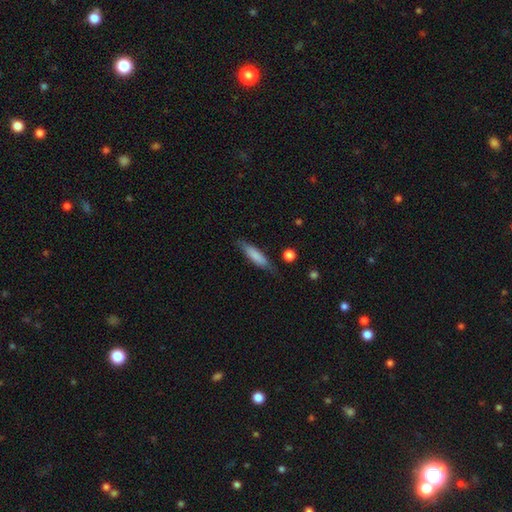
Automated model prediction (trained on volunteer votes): Morphology: type=smooth (74%); roundness=cigar-shaped (75%); merging=none (74%).